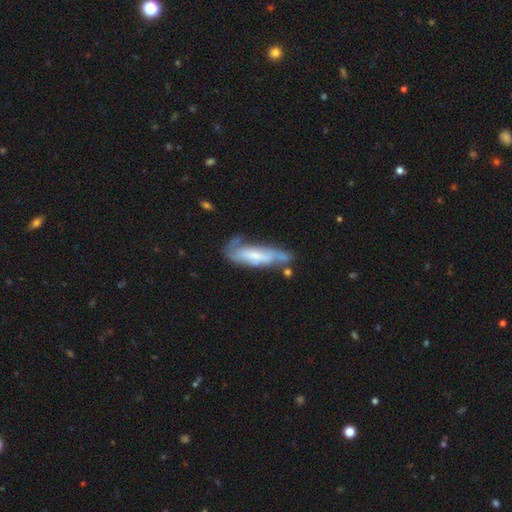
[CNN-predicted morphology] A featured or disk galaxy (57%). Merging: none (40%).